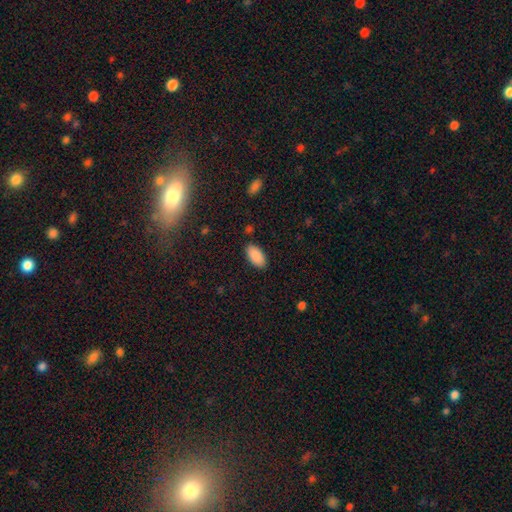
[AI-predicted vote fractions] The model was most divided on "merging": none: 87%, minor disturbance: 9%, major disturbance: 2%, merger: 1%. More confident: how rounded — in between (94%); smooth or featured — smooth (90%).